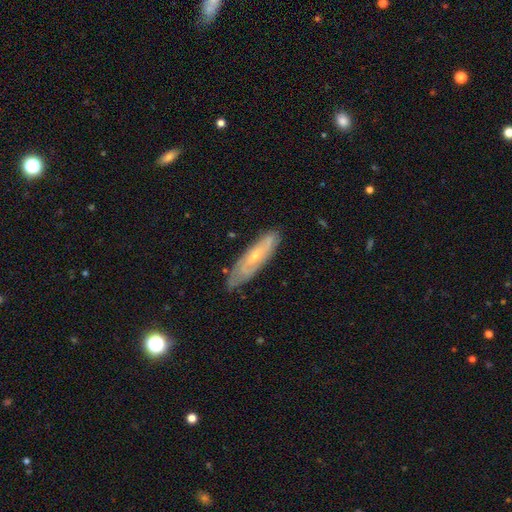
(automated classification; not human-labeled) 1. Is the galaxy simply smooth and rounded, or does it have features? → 59% featured or disk, 34% smooth, 7% star or artifact.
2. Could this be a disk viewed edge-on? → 64% no, 36% yes.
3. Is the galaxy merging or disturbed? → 70% none, 23% minor disturbance, 5% major disturbance, 2% merger.